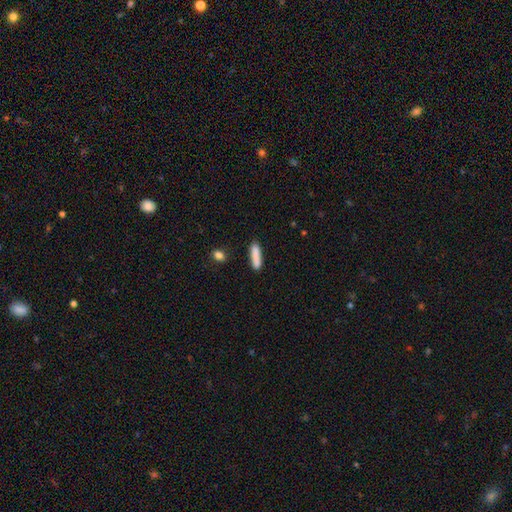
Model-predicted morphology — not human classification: smooth_or_featured: smooth (p=0.86) [alt: featured or disk p=0.07]
how_rounded: cigar-shaped (p=0.77) [alt: in between p=0.21]
merging: none (p=0.81) [alt: minor disturbance p=0.13]